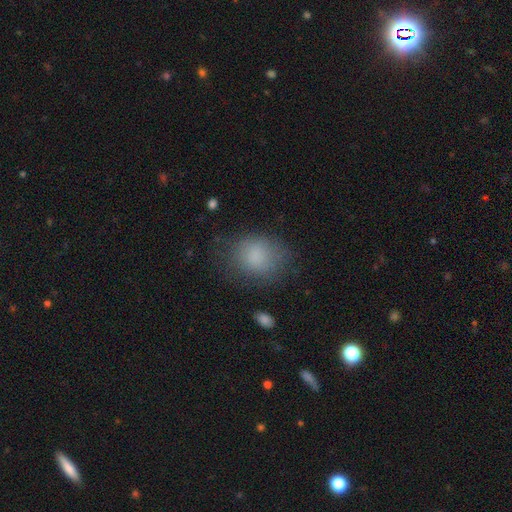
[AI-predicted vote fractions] smooth 81%, star or artifact 11%, featured or disk 9%. Down the decision tree: how rounded — round (51%); merging — none (71%).